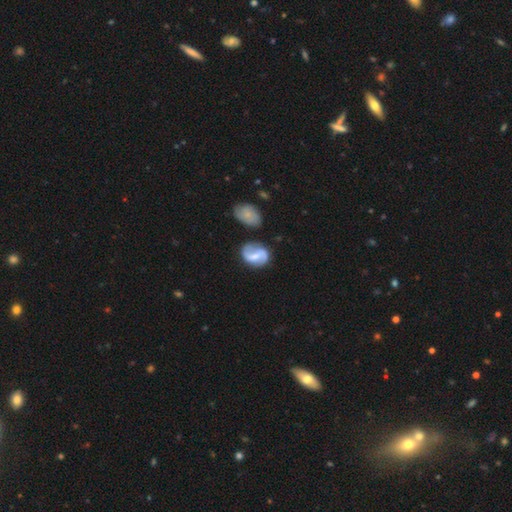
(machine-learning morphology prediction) smooth-or-featured: featured or disk: 71% | smooth: 23% | star or artifact: 6%
  disk-edge-on: no: 97% | yes: 3%
    bar: weak: 47% | no: 28% | strong: 25%
    has-spiral-arms: yes: 90% | no: 10%
      spiral-winding: loose: 49% | medium: 38% | tight: 14%
      spiral-arm-count: 2: 86% | 1: 5% | can't tell: 5% | 3: 1% | 4: 1% | more than 4: 1%
    bulge-size: small: 47% | moderate: 32% | none: 16% | large: 3% | dominant: 1%
  merging: none: 67% | minor disturbance: 18% | merger: 8% | major disturbance: 7%